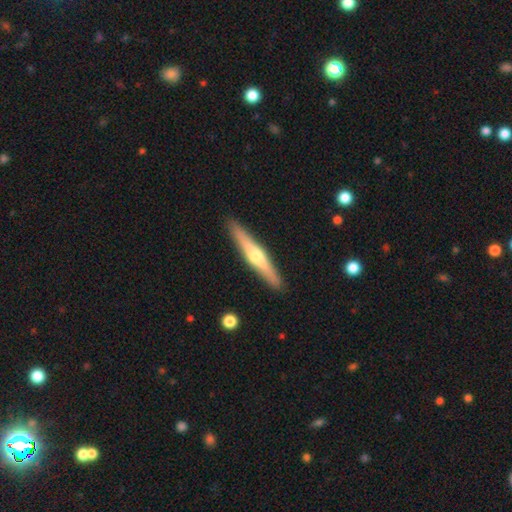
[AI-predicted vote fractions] This is likely a featured or disk galaxy (64%). It is clearly viewed edge-on (97%). Edge-on bulge: clearly rounded (90%). Merging: clearly none (91%).